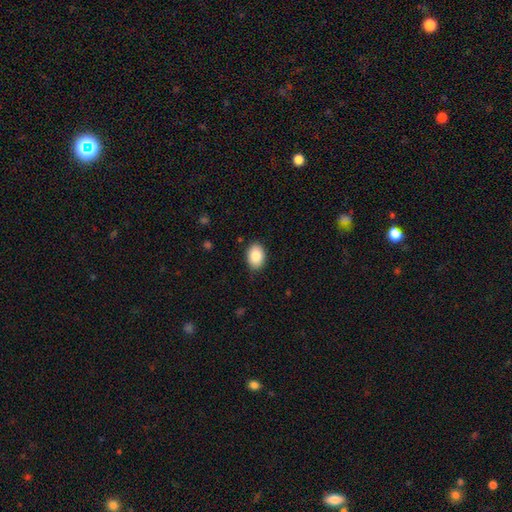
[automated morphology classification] Smooth or featured: smooth — 86% (star or artifact — 7%)
How rounded: in between — 82% (round — 17%)
Merging: none — 86% (minor disturbance — 11%)